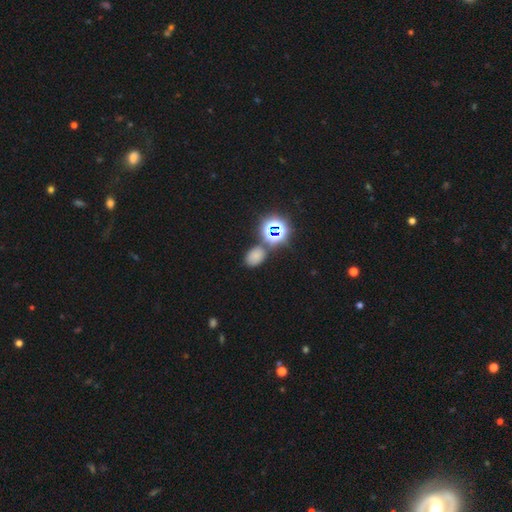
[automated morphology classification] Smooth or featured? Predicted: smooth (p=0.63). How rounded? Predicted: in between (p=0.74). Merging? Predicted: none (p=0.69).